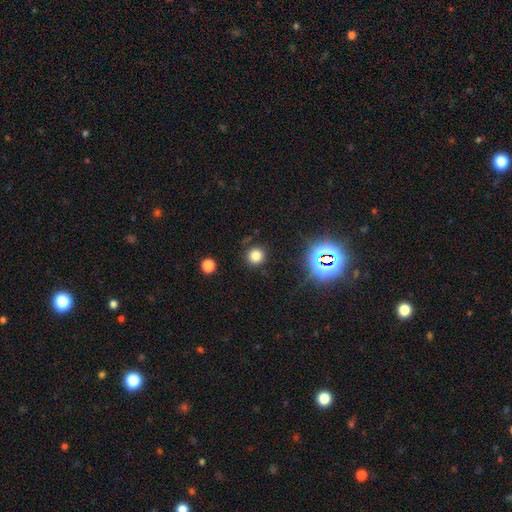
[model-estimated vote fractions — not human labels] Smooth or featured?
  - smooth: 76% *
  - star or artifact: 19%
  - featured or disk: 6%
How rounded?
  - round: 92% *
  - in between: 7%
  - cigar-shaped: 1%
Merging?
  - none: 86% *
  - minor disturbance: 8%
  - major disturbance: 3%
  - merger: 2%